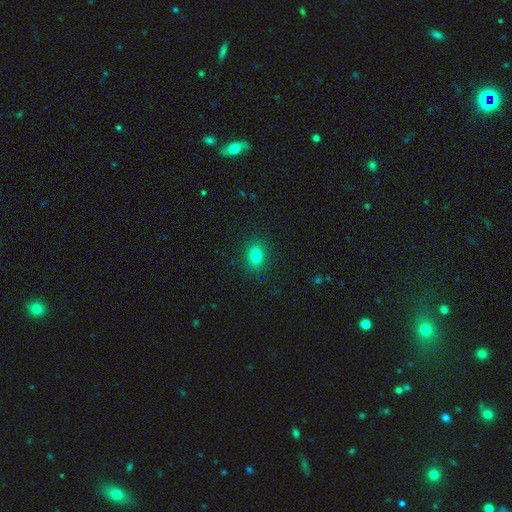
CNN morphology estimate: smooth 78%, star or artifact 14%, featured or disk 8%. Down the decision tree: how rounded — in between (59%); merging — none (89%).